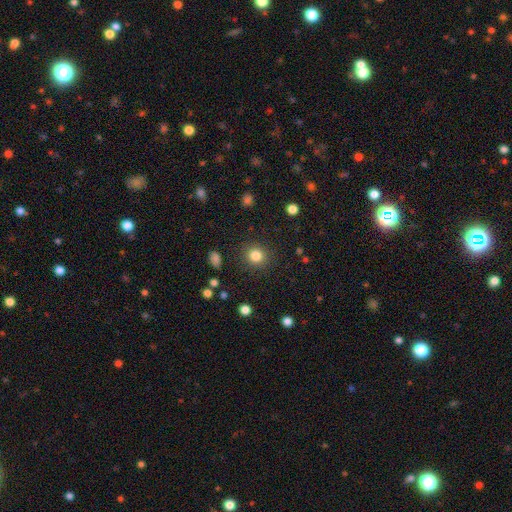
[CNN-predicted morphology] This appears to be a smooth galaxy with no disk features (83%) that is round (90%). Merging: none (89%).